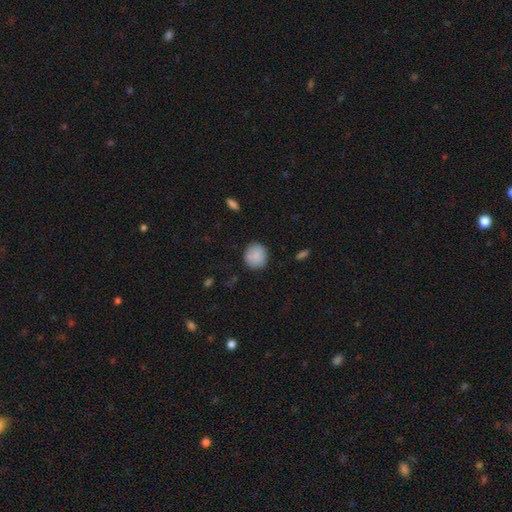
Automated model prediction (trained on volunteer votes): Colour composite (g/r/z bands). It shows a smooth galaxy with no disk features (88%) that is round (89%). Merging: none (87%).